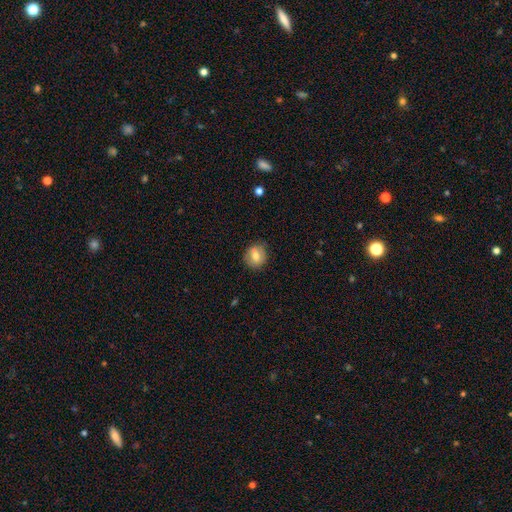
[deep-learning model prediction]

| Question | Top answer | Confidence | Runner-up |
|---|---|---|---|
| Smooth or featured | smooth | 68% | featured or disk (23%) |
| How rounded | round | 81% | in between (18%) |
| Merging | none | 81% | minor disturbance (13%) |